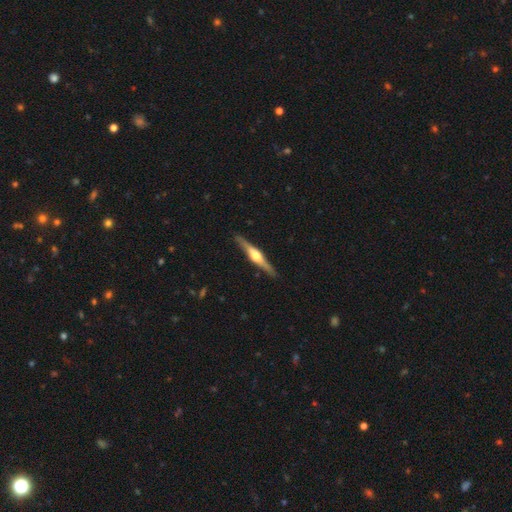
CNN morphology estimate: This appears to be a featured or disk galaxy (79%) viewed edge-on (98%) with a rounded central bulge (93%). Merging: none (91%).